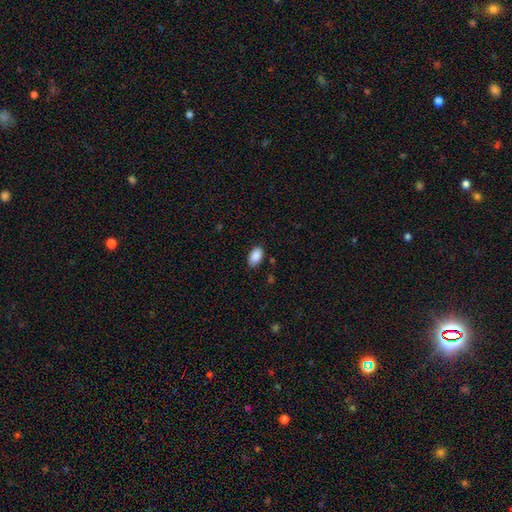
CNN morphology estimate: smooth 89%, star or artifact 7%, featured or disk 4%. Down the decision tree: how rounded — in between (93%); merging — none (82%).